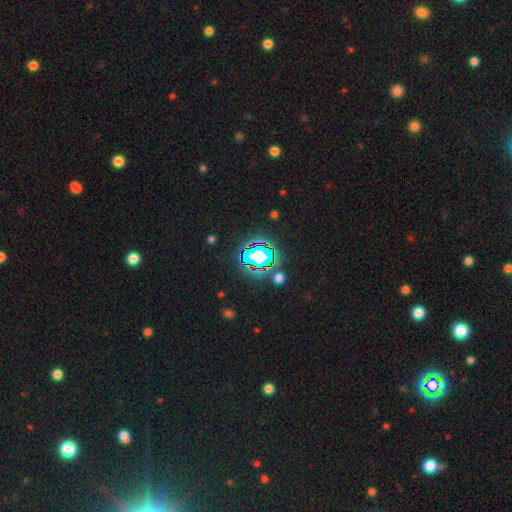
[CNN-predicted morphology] type=star or artifact (71%).